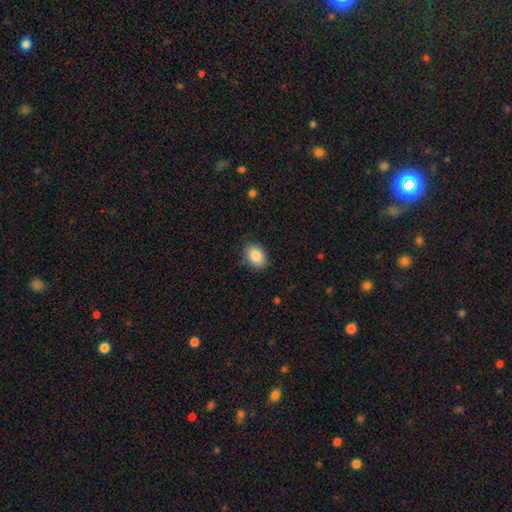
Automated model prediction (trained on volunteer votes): The model was most divided on "how rounded": in between: 73%, round: 26%, cigar-shaped: 1%. More confident: smooth or featured — smooth (86%); merging — none (83%).